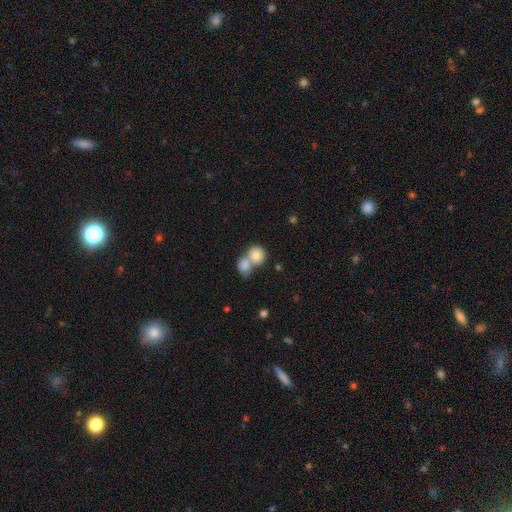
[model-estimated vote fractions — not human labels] Smooth or featured: smooth — 80% (featured or disk — 12%)
How rounded: round — 81% (in between — 18%)
Merging: merger — 61% (none — 30%)